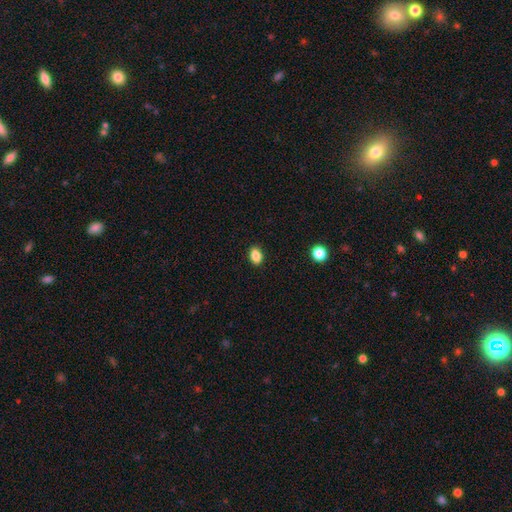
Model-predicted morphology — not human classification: Q: Smooth or featured?
A: smooth (87%); runner-up: star or artifact (9%)
Q: How rounded?
A: in between (81%); runner-up: round (17%)
Q: Merging?
A: none (90%); runner-up: minor disturbance (7%)